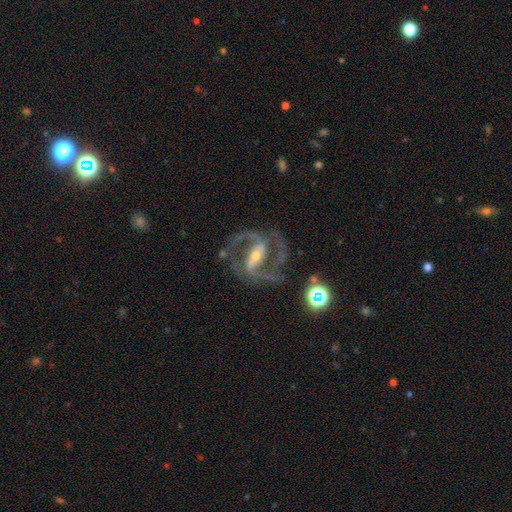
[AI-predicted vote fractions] A featured or disk galaxy (92%) with a strong bar (67%), 2 (92%) medium (67%) spiral arms (98%) and a small central bulge (59%). Merging: none (77%).